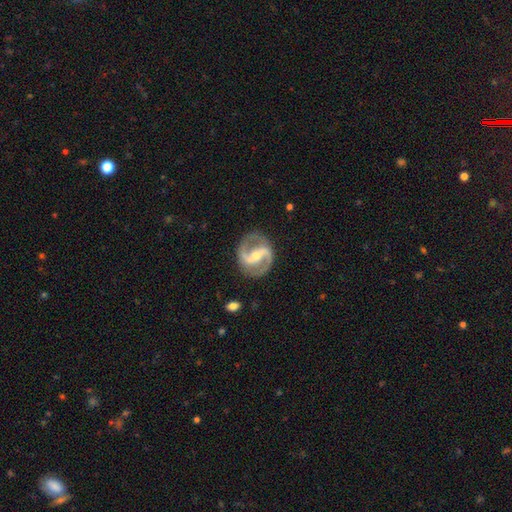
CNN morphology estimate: Q: Smooth or featured?
A: featured or disk (91%); runner-up: smooth (5%)
Q: Edge-on disk?
A: no (97%); runner-up: yes (3%)
Q: Bar?
A: strong (58%); runner-up: weak (30%)
Q: Spiral arms?
A: yes (97%); runner-up: no (3%)
Q: Spiral winding?
A: medium (57%); runner-up: loose (22%)
Q: Spiral arm count?
A: 2 (94%); runner-up: can't tell (2%)
Q: Bulge size?
A: small (50%); runner-up: moderate (45%)
Q: Merging?
A: none (84%); runner-up: minor disturbance (11%)